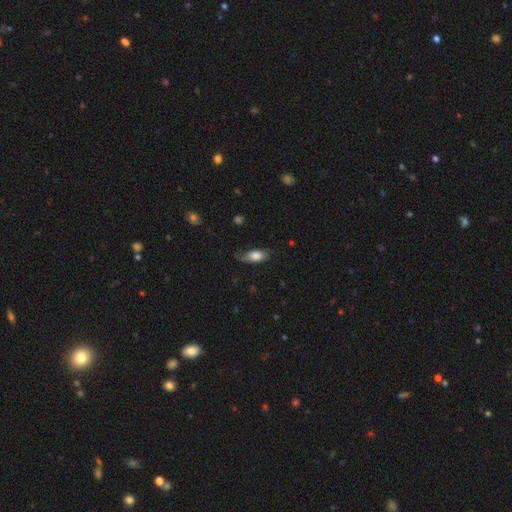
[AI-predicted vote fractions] Q: Smooth or featured?
A: smooth (77%); runner-up: featured or disk (16%)
Q: How rounded?
A: in between (85%); runner-up: cigar-shaped (11%)
Q: Merging?
A: none (60%); runner-up: minor disturbance (29%)